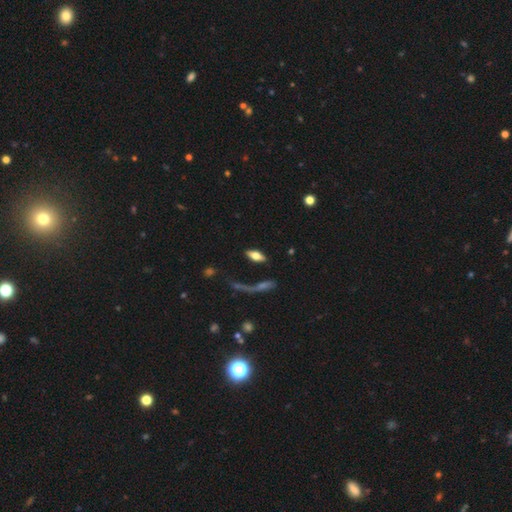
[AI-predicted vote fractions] Q: Smooth or featured?
A: smooth (63%); runner-up: featured or disk (29%)
Q: How rounded?
A: in between (78%); runner-up: cigar-shaped (18%)
Q: Merging?
A: none (71%); runner-up: minor disturbance (13%)